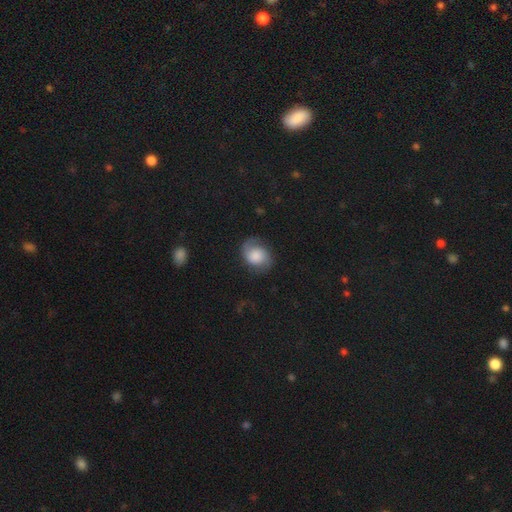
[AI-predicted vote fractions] A featured or disk galaxy (56%) with no bar (69%), spiral arms (91%) and a large central bulge (37%).

Vote fractions:
- Smooth or featured? featured or disk: 56% / smooth: 36% / star or artifact: 9%
- Edge-on disk? no: 98% / yes: 2%
- Bar? no: 69% / weak: 26% / strong: 5%
- Spiral arms? yes: 91% / no: 9%
- Bulge size? large: 37% / moderate: 20% / none: 16% / small: 14% / dominant: 12%
- Merging? none: 68% / minor disturbance: 20% / major disturbance: 11% / merger: 1%